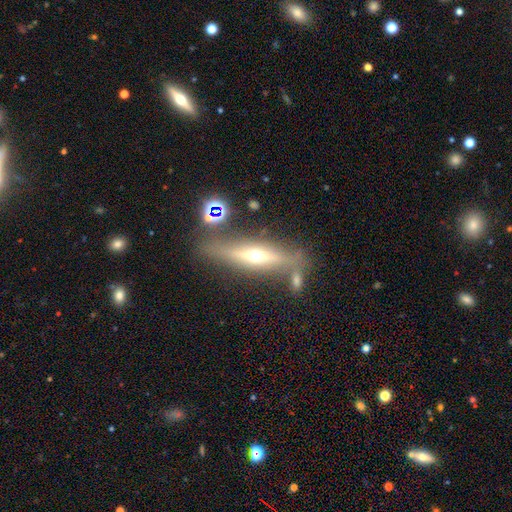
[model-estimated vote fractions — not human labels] This is likely a featured or disk galaxy (63%). It is clearly viewed edge-on (88%). Edge-on bulge: clearly rounded (91%). Merging: likely none (69%).